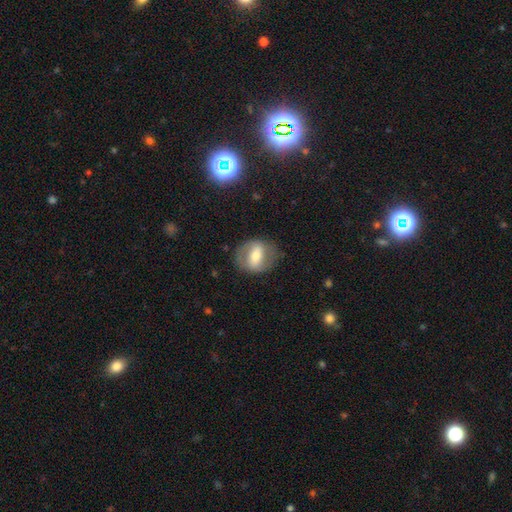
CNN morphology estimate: Overall: featured or disk (52%; smooth 40%). Edge-on disk: no (90%). Merging: none (79%).